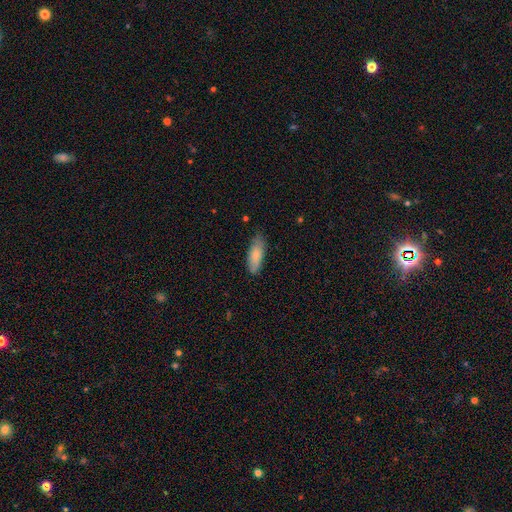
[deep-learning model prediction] Smooth or featured? smooth (78%)
How rounded? in between (68%)
Merging? none (73%)